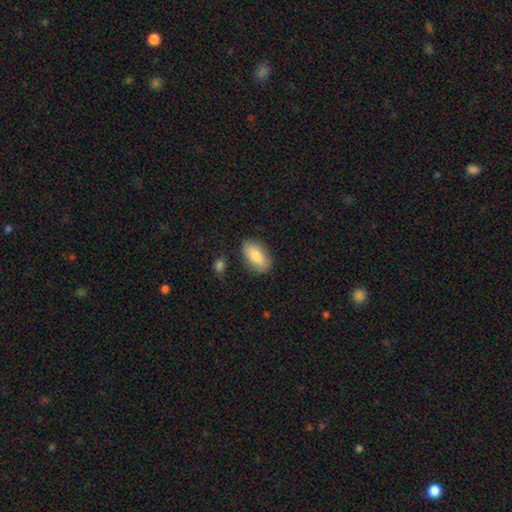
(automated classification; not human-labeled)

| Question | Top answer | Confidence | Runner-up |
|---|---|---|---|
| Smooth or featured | smooth | 77% | featured or disk (17%) |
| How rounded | in between | 91% | cigar-shaped (5%) |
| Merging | none | 80% | minor disturbance (14%) |